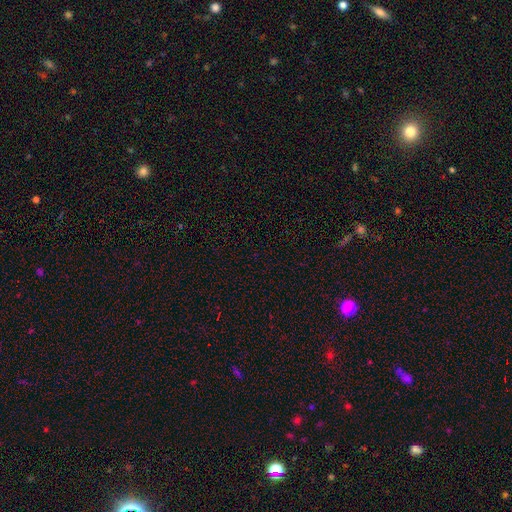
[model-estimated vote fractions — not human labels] The model was most divided on "smooth or featured": star or artifact: 71%, smooth: 23%, featured or disk: 6%.